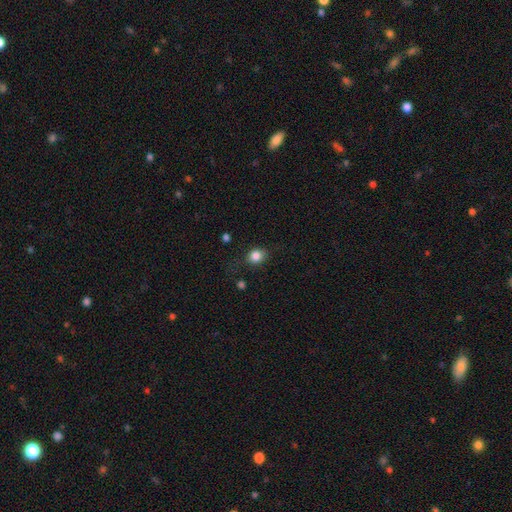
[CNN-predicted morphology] Smooth or featured? Predicted: smooth (p=0.83). How rounded? Predicted: round (p=0.59). Merging? Predicted: none (p=0.72).